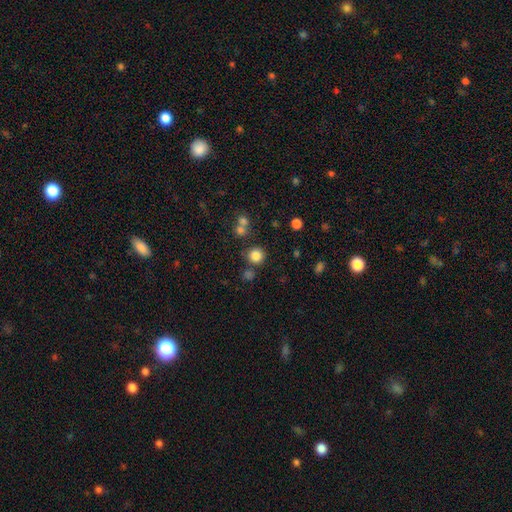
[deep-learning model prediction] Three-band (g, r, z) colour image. It shows a smooth galaxy with no disk features (81%) that is round (92%). Merging: none (79%).